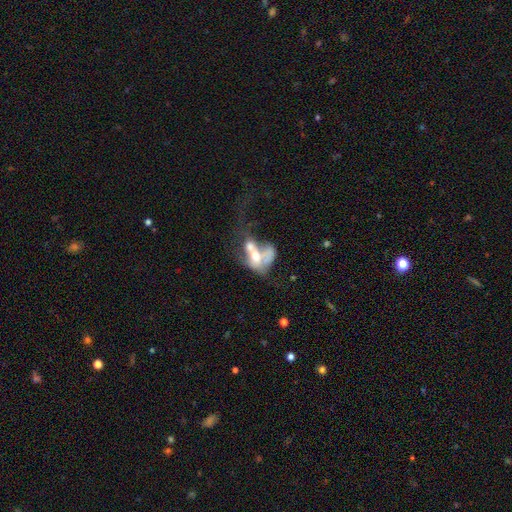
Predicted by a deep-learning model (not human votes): Smooth or featured?
  - featured or disk: 49% *
  - smooth: 41%
  - star or artifact: 10%
Merging?
  - merger: 65% *
  - major disturbance: 20%
  - none: 9%
  - minor disturbance: 6%